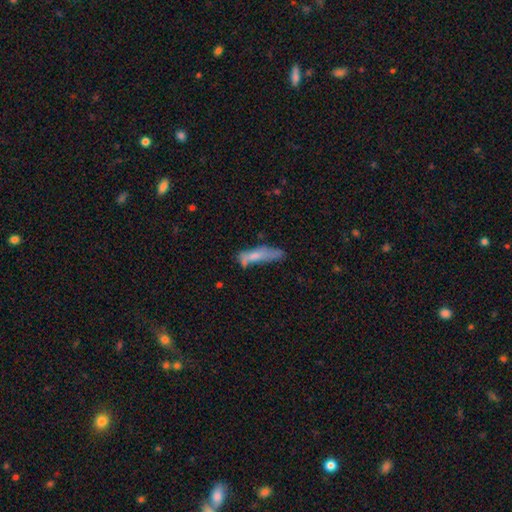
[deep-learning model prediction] The model was most divided on "merging": none: 42%, minor disturbance: 27%, major disturbance: 17%, merger: 14%. More confident: how rounded — cigar-shaped (73%); smooth or featured — smooth (66%).